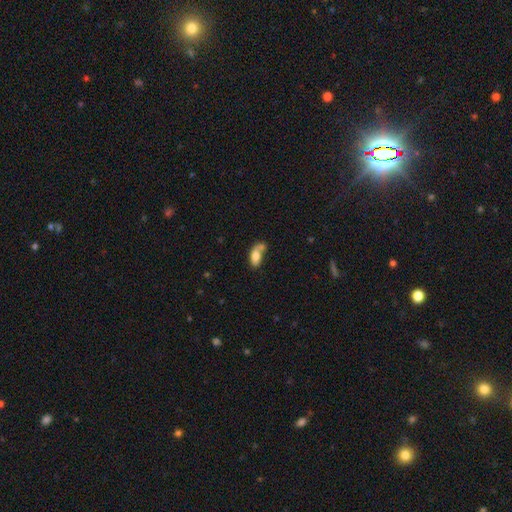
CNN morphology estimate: type=smooth (75%); roundness=in between (86%); merging=merger (41%).